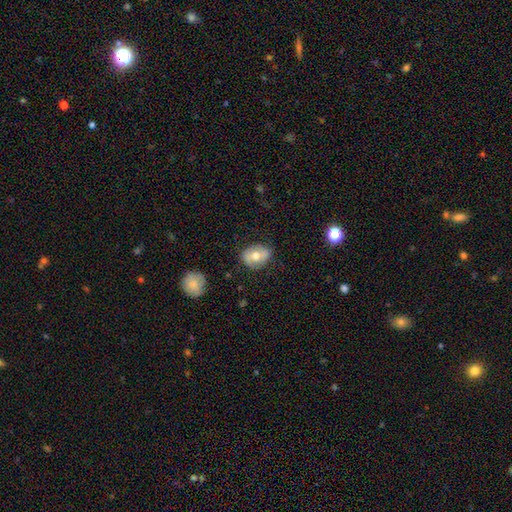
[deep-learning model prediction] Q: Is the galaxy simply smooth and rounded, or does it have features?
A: smooth — 60%.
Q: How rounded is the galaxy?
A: in between — 58%.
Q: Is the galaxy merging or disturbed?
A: none — 75%.